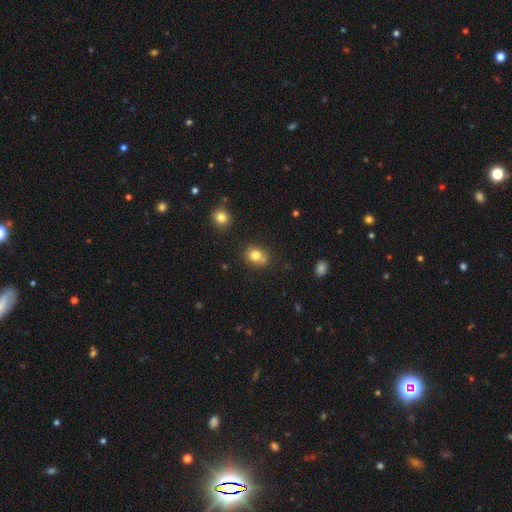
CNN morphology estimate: This appears to be a smooth galaxy with no disk features (79%) that is round (60%). Merging: none (66%).